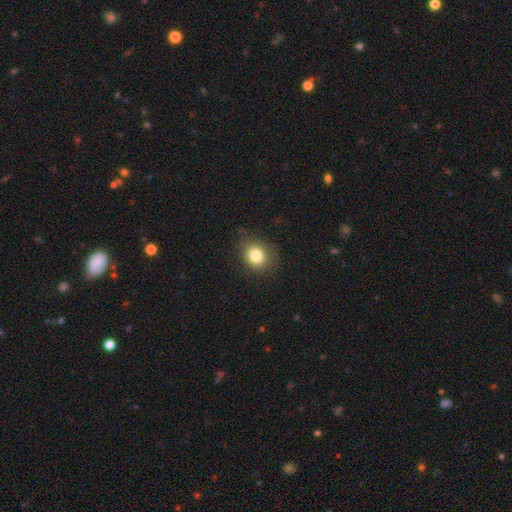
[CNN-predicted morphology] This appears to be a smooth galaxy with no disk features (80%) that is round (60%). Merging: none (78%).